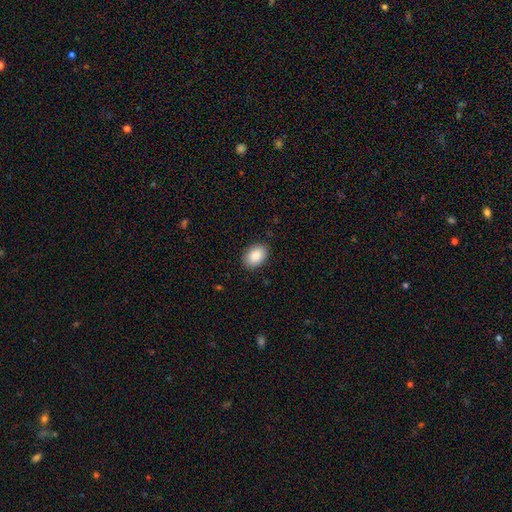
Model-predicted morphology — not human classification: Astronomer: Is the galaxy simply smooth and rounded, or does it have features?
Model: smooth — 89%.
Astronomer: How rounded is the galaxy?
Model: in between — 86%.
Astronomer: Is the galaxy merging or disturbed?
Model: none — 88%.